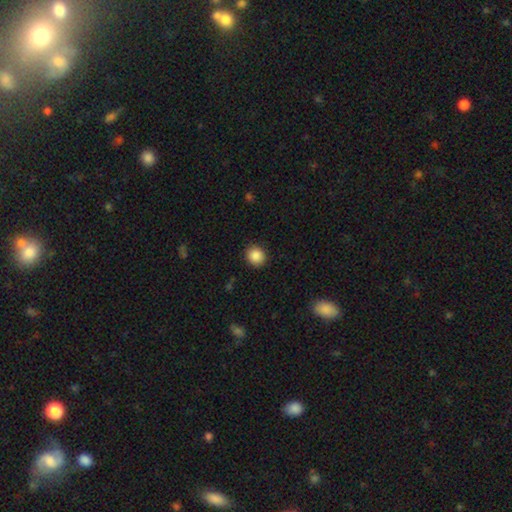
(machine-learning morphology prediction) smooth-or-featured: smooth: 88% | star or artifact: 9% | featured or disk: 3%
  how-rounded: round: 84% | in between: 15% | cigar-shaped: 1%
  merging: none: 90% | minor disturbance: 7% | major disturbance: 2% | merger: 1%